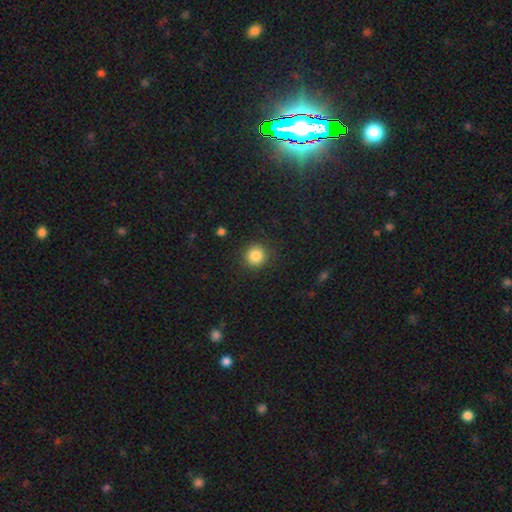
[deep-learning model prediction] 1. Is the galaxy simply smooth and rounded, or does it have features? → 86% smooth, 10% star or artifact, 5% featured or disk.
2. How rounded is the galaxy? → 92% round, 7% in between, 1% cigar-shaped.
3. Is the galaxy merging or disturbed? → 90% none, 7% minor disturbance, 2% major disturbance, 1% merger.